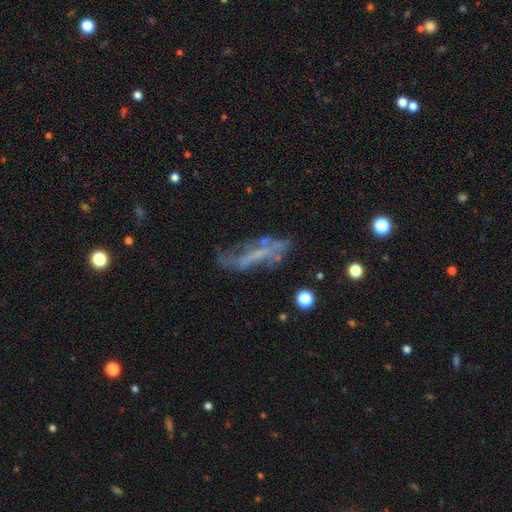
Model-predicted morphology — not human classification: Smooth or featured? Predicted: featured or disk (p=0.59). Edge-on disk? Predicted: no (p=0.74). Merging? Predicted: none (p=0.47).